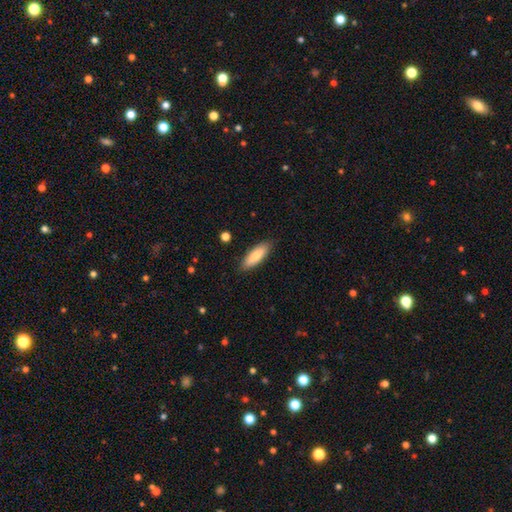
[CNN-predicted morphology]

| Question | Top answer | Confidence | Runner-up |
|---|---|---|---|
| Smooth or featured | smooth | 82% | featured or disk (13%) |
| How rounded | in between | 56% | cigar-shaped (43%) |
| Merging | none | 86% | minor disturbance (11%) |